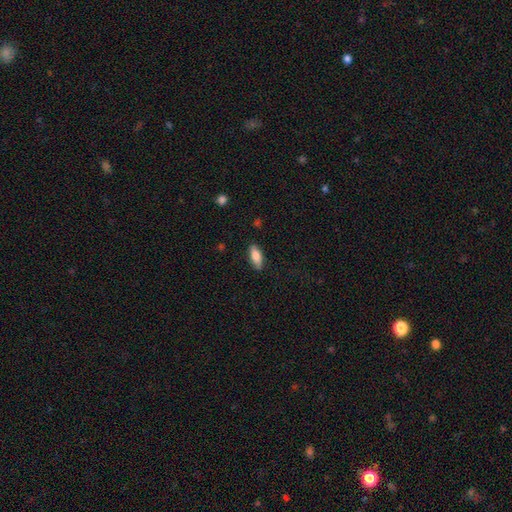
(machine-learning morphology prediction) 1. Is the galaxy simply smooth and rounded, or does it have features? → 82% smooth, 12% featured or disk, 6% star or artifact.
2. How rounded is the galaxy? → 79% in between, 19% cigar-shaped, 2% round.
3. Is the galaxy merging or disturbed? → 85% none, 11% minor disturbance, 2% major disturbance, 1% merger.